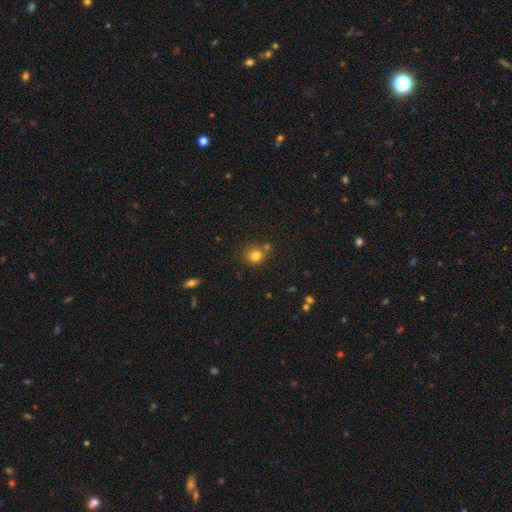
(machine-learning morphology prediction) Smooth or featured? smooth (80%)
How rounded? round (82%)
Merging? none (70%)